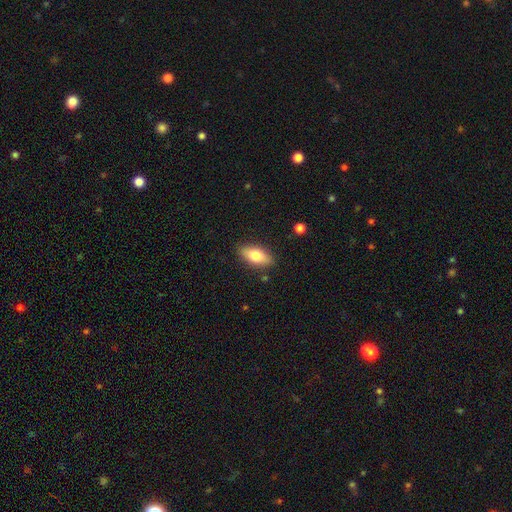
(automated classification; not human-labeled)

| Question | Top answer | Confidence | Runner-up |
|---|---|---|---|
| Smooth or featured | smooth | 75% | featured or disk (18%) |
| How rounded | in between | 82% | cigar-shaped (15%) |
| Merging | none | 86% | minor disturbance (11%) |